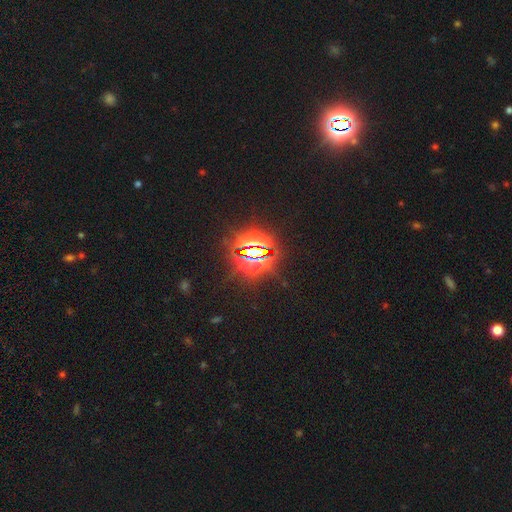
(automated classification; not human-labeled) Smooth or featured? star or artifact (83%)